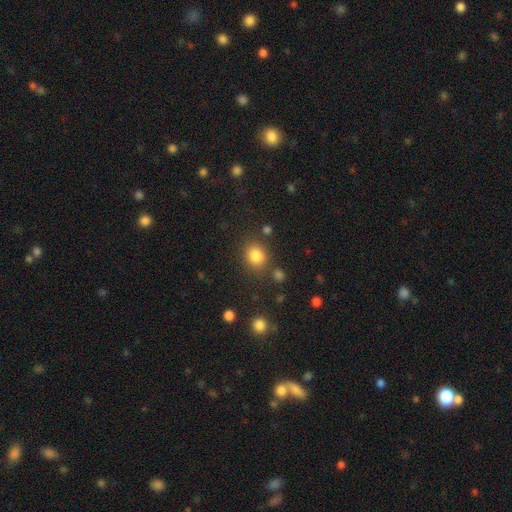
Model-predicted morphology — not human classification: type=smooth (83%); roundness=round (62%); merging=none (75%).